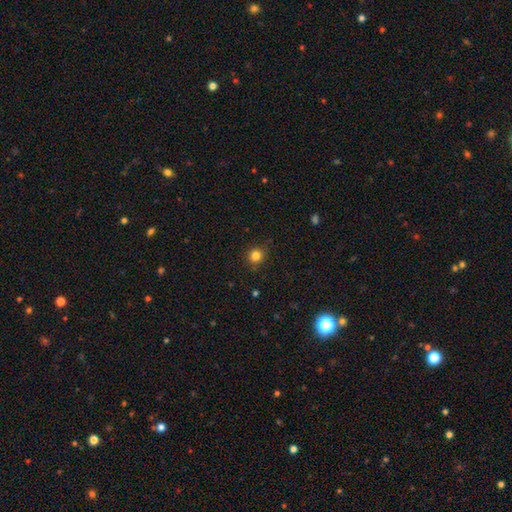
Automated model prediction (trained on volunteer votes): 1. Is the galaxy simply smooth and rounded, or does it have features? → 83% smooth, 12% star or artifact, 5% featured or disk.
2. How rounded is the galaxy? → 88% round, 11% in between, 1% cigar-shaped.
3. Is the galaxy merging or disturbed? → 88% none, 9% minor disturbance, 2% major disturbance, 1% merger.